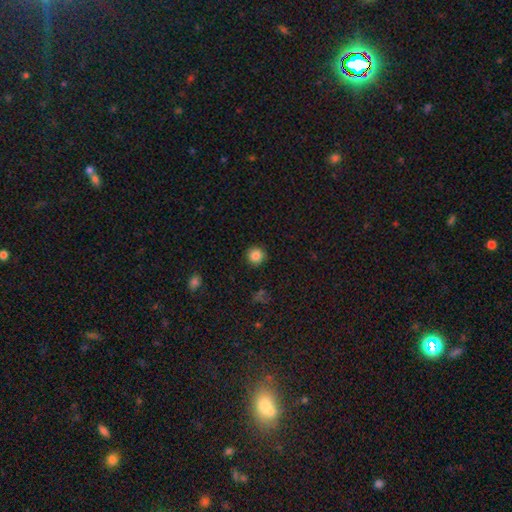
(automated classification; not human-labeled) The model was most divided on "smooth or featured": smooth: 84%, star or artifact: 11%, featured or disk: 5%. More confident: how rounded — round (94%); merging — none (90%).